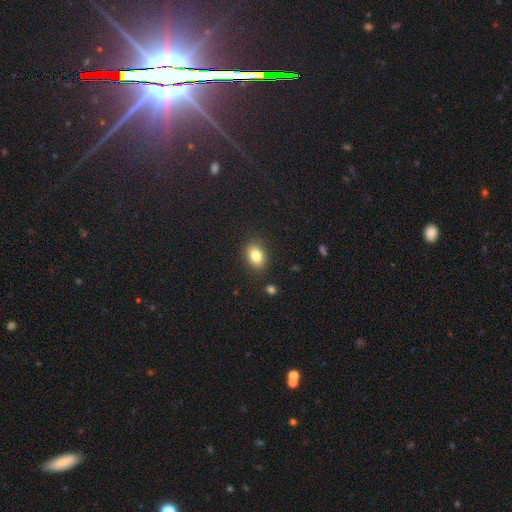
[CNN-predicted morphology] A smooth galaxy with no disk features (82%) that is in between round and cigar-shaped (72%).

Vote fractions:
- Smooth or featured? smooth: 82% / star or artifact: 10% / featured or disk: 8%
- How rounded? in between: 72% / round: 27% / cigar-shaped: 1%
- Merging? none: 86% / minor disturbance: 9% / major disturbance: 3% / merger: 2%